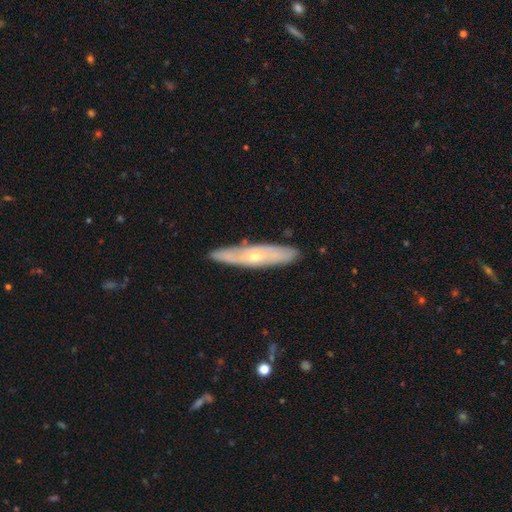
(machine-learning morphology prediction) featured or disk 65%, smooth 29%, star or artifact 6%. Down the decision tree: edge-on disk — yes (55%); merging — none (84%).